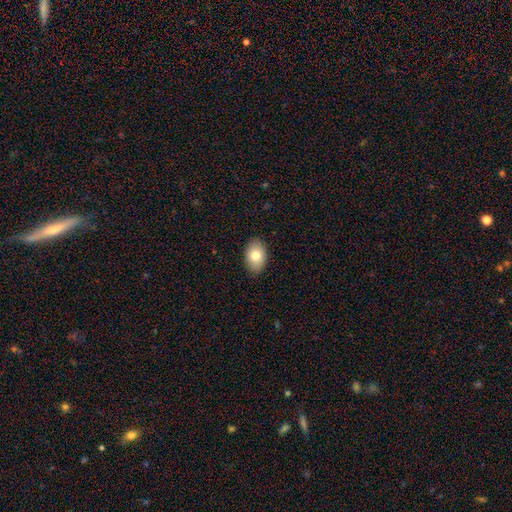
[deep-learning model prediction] A smooth galaxy with no disk features (79%) that is in between round and cigar-shaped (86%).

Vote fractions:
- Smooth or featured? smooth: 79% / featured or disk: 13% / star or artifact: 8%
- How rounded? in between: 86% / round: 13% / cigar-shaped: 1%
- Merging? none: 88% / minor disturbance: 9% / major disturbance: 2% / merger: 1%